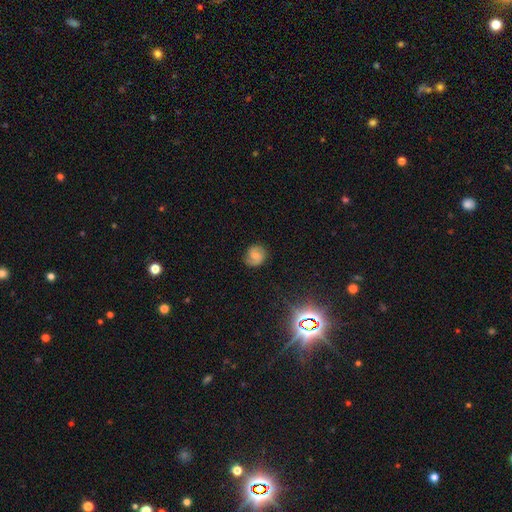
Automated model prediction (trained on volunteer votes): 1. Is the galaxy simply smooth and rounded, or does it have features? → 54% featured or disk, 35% smooth, 11% star or artifact.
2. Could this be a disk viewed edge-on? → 97% no, 3% yes.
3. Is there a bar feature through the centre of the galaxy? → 48% no, 42% weak, 11% strong.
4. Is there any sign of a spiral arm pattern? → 91% yes, 9% no.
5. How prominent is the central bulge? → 46% small, 33% moderate, 17% none, 3% large, 1% dominant.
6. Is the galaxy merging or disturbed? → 80% none, 15% minor disturbance, 4% major disturbance, 1% merger.